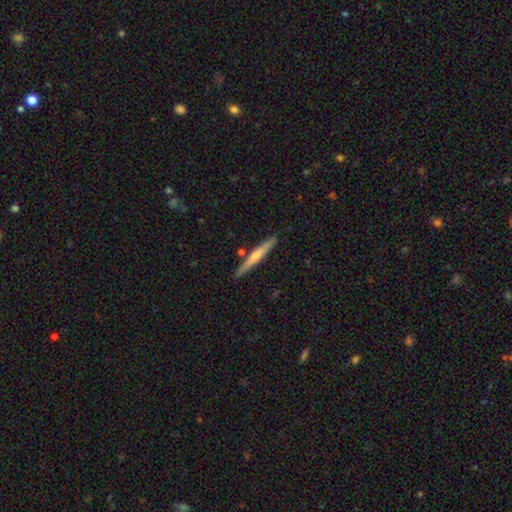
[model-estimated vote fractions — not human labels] Smooth or featured? Predicted: featured or disk (p=0.61). Edge-on disk? Predicted: yes (p=0.97). Edge-on bulge? Predicted: rounded (p=0.70). Merging? Predicted: none (p=0.89).